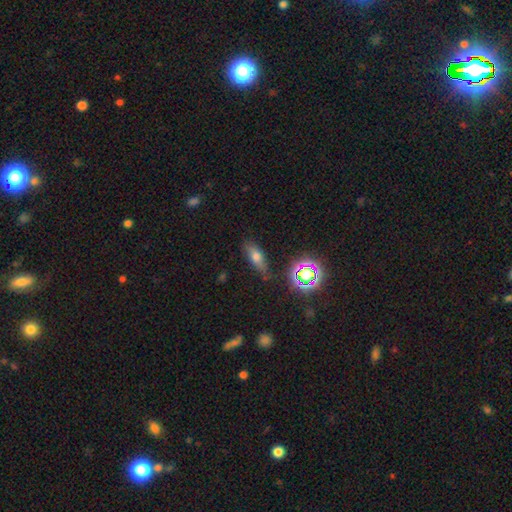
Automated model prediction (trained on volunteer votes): This is likely a smooth galaxy (62%). How rounded: likely in between (65%). Merging: likely none (75%).